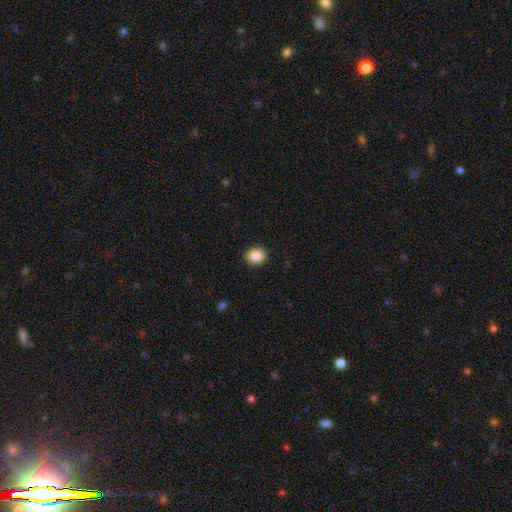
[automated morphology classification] Q: Smooth or featured?
A: smooth (87%); runner-up: star or artifact (9%)
Q: How rounded?
A: round (74%); runner-up: in between (25%)
Q: Merging?
A: none (92%); runner-up: minor disturbance (6%)